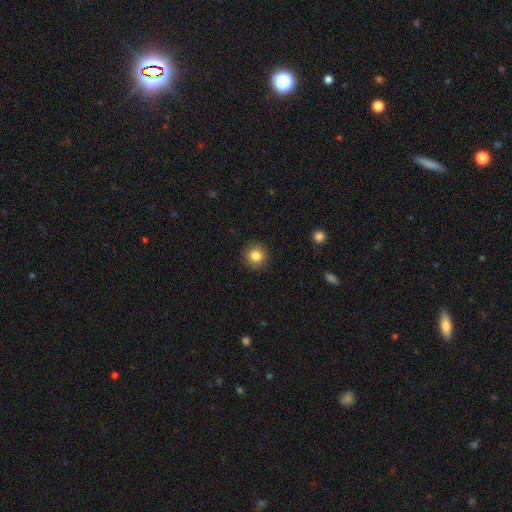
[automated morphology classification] A smooth galaxy with no disk features (84%) that is round (92%). Merging: none (91%).